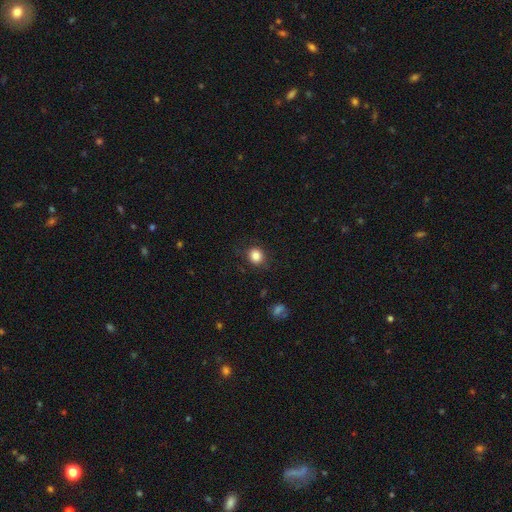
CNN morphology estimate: A smooth galaxy with no disk features (84%) that is round (75%). Merging: none (84%).